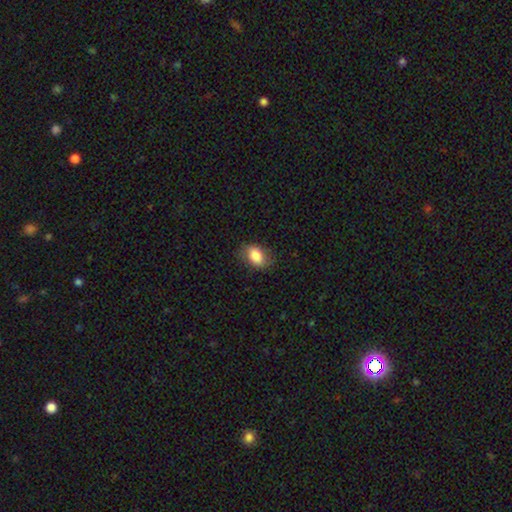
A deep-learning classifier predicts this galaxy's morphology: smooth-or-featured: smooth: 81% | featured or disk: 12% | star or artifact: 7%
  how-rounded: in between: 82% | round: 17% | cigar-shaped: 1%
  merging: none: 77% | minor disturbance: 17% | major disturbance: 5% | merger: 1%